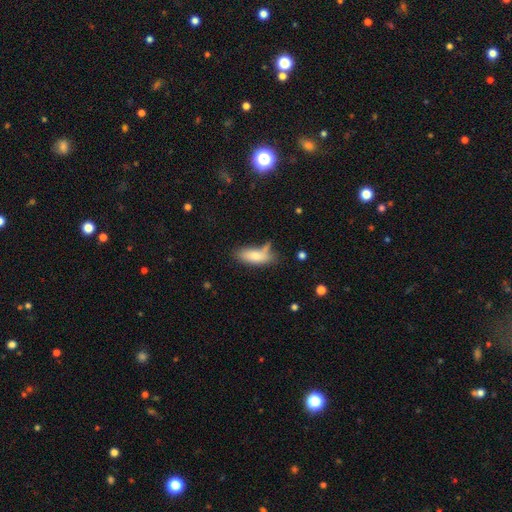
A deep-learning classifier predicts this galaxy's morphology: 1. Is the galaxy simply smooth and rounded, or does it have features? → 78% smooth, 15% featured or disk, 7% star or artifact.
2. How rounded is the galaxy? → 74% in between, 23% cigar-shaped, 3% round.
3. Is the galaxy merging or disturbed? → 51% none, 25% minor disturbance, 15% merger, 10% major disturbance.